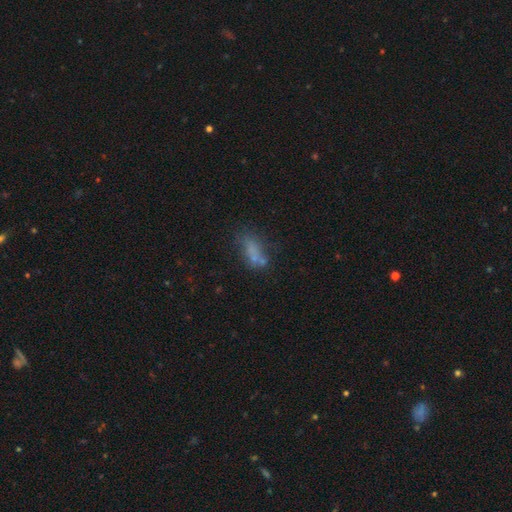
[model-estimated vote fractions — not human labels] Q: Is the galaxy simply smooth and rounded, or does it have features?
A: smooth — 59%.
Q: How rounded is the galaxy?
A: in between — 74%.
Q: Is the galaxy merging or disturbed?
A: none — 42%.